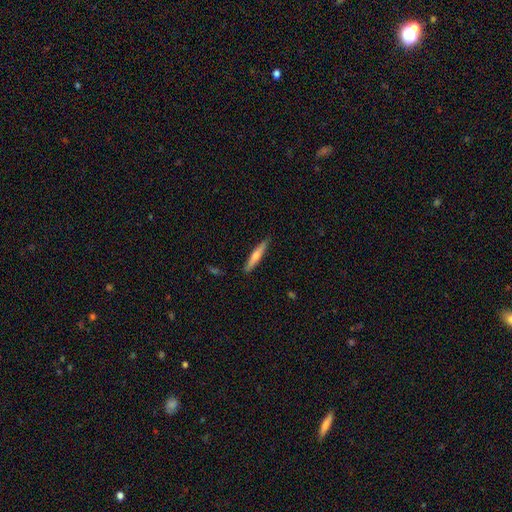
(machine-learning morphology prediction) A smooth galaxy with no disk features (54%) that is cigar-shaped (92%). Merging: none (88%).